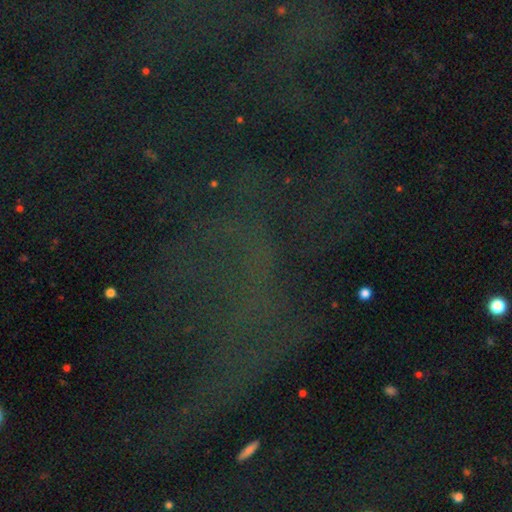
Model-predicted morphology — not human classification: This is likely a star or artifact rather than a galaxy (68%).